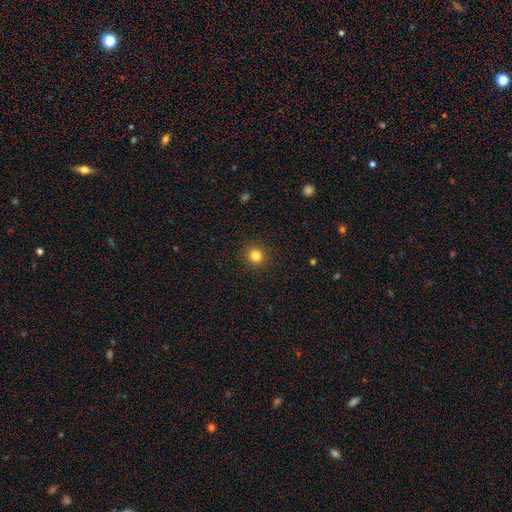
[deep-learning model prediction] Smooth or featured? smooth (83%)
How rounded? round (92%)
Merging? none (92%)